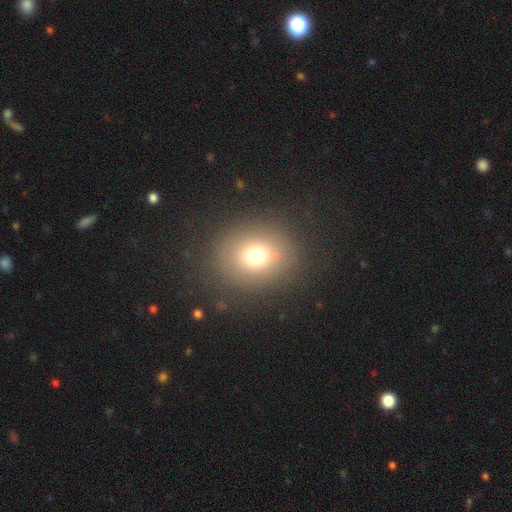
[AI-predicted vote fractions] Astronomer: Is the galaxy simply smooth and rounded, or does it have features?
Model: smooth — 71%.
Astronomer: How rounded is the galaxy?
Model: round — 72%.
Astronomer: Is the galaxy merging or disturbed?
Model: none — 84%.